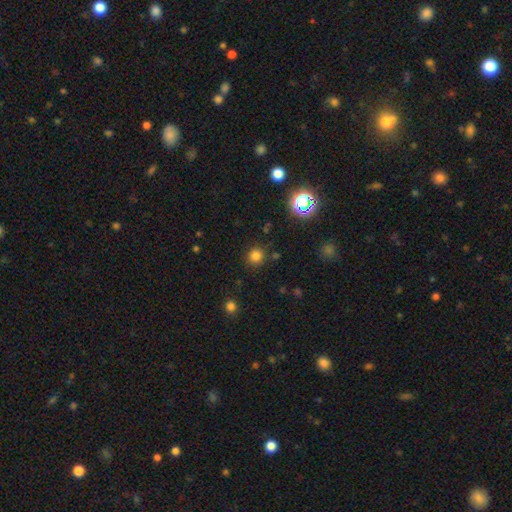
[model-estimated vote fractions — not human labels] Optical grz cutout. It shows a smooth galaxy with no disk features (78%) that is round (91%). Merging: none (85%).